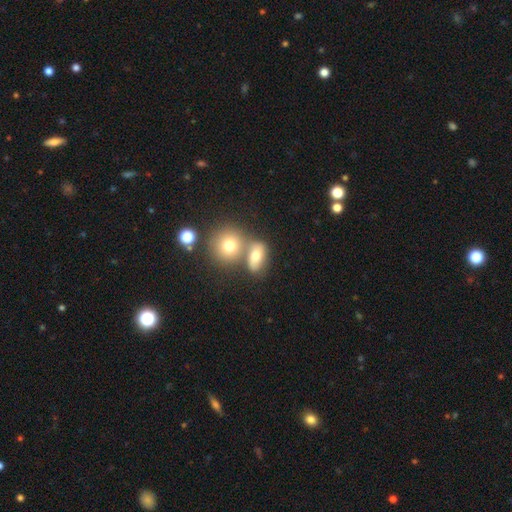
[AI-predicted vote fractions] Smooth or featured: smooth — 72% (featured or disk — 17%)
How rounded: in between — 62% (round — 34%)
Merging: none — 44% (merger — 40%)